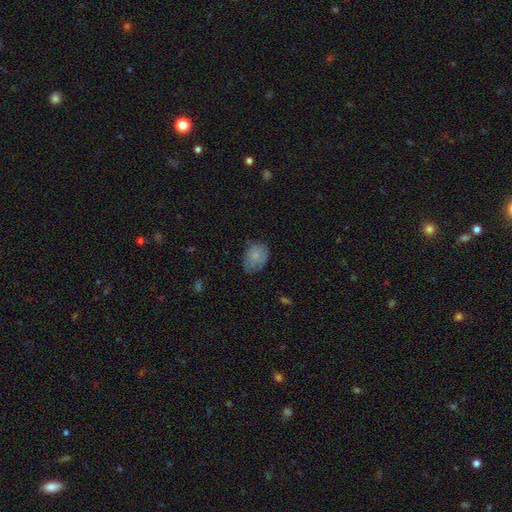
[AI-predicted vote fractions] This is clearly a smooth galaxy (80%). How rounded: likely in between (67%). Merging: likely none (66%).